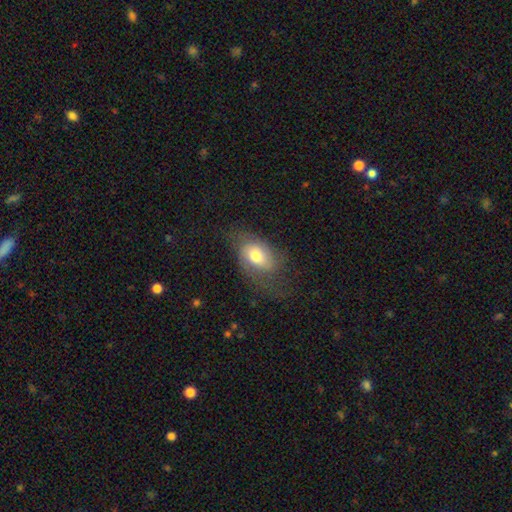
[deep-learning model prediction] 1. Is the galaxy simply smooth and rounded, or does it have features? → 55% smooth, 36% featured or disk, 9% star or artifact.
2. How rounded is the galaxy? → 84% in between, 14% round, 2% cigar-shaped.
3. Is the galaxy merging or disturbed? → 47% none, 26% minor disturbance, 26% major disturbance, 2% merger.